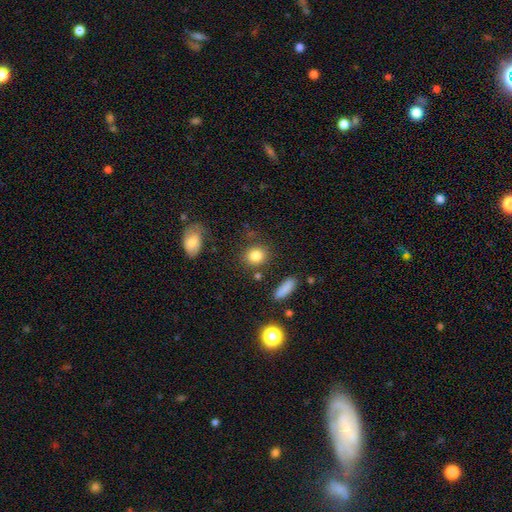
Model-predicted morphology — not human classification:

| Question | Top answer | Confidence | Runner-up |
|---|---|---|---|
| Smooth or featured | smooth | 83% | star or artifact (10%) |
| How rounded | round | 78% | in between (21%) |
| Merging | none | 81% | minor disturbance (10%) |